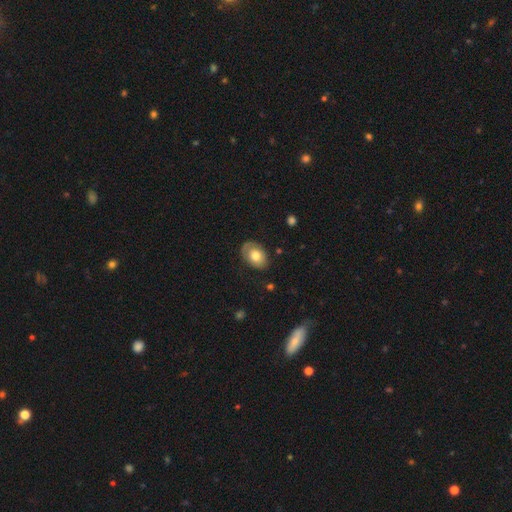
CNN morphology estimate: Q: Smooth or featured?
A: smooth (69%); runner-up: featured or disk (25%)
Q: How rounded?
A: in between (79%); runner-up: round (20%)
Q: Merging?
A: none (77%); runner-up: minor disturbance (18%)